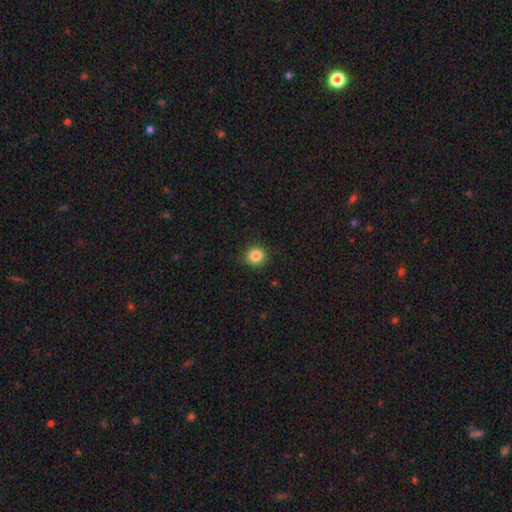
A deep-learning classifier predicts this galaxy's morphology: Smooth or featured: smooth — 85% (star or artifact — 11%)
How rounded: round — 89% (in between — 10%)
Merging: none — 88% (minor disturbance — 9%)